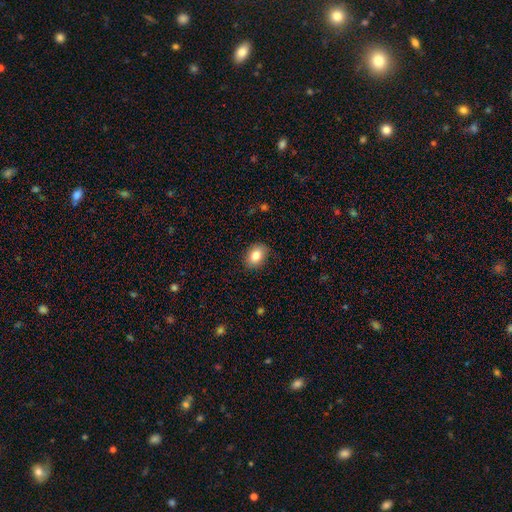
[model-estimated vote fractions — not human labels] Smooth or featured?
  - smooth: 84% *
  - star or artifact: 8%
  - featured or disk: 8%
How rounded?
  - in between: 73% *
  - round: 26%
  - cigar-shaped: 1%
Merging?
  - none: 86% *
  - minor disturbance: 10%
  - major disturbance: 2%
  - merger: 1%